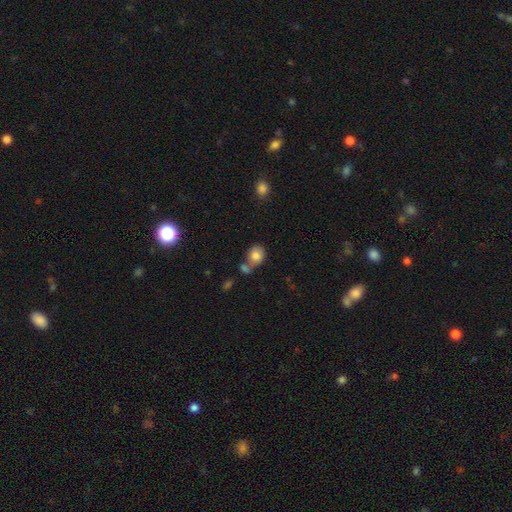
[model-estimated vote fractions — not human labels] smooth_or_featured: smooth (p=0.80) [alt: featured or disk p=0.11]
how_rounded: round (p=0.60) [alt: in between p=0.39]
merging: none (p=0.49) [alt: merger p=0.31]